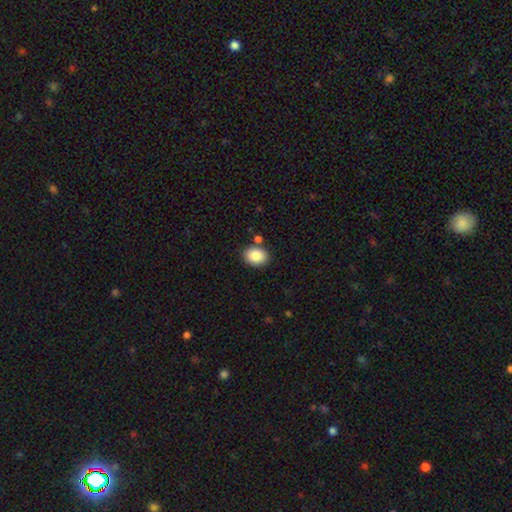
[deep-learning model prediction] Morphology: type=smooth (87%); roundness=in between (60%); merging=none (82%).